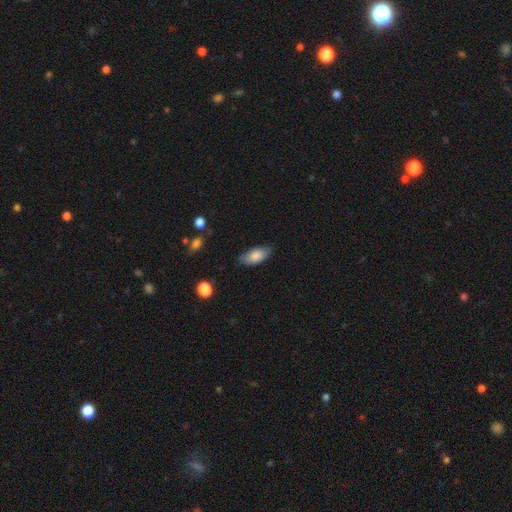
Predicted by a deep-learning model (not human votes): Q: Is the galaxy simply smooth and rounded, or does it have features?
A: smooth — 82%.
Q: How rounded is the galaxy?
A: in between — 88%.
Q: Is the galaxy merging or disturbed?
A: none — 78%.